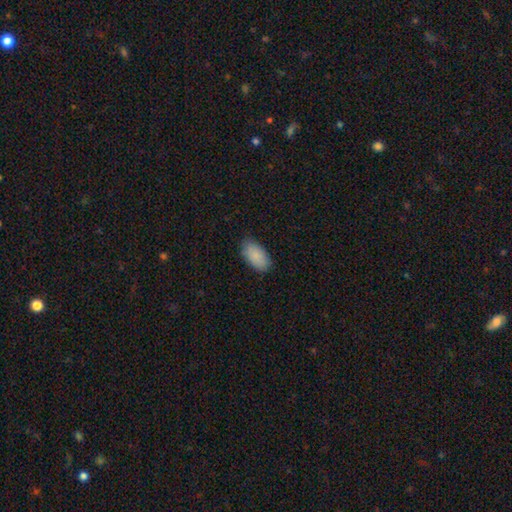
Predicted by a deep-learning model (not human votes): Smooth or featured?
  - smooth: 88% *
  - star or artifact: 7%
  - featured or disk: 5%
How rounded?
  - in between: 95% *
  - round: 3%
  - cigar-shaped: 3%
Merging?
  - none: 83% *
  - minor disturbance: 14%
  - major disturbance: 2%
  - merger: 1%